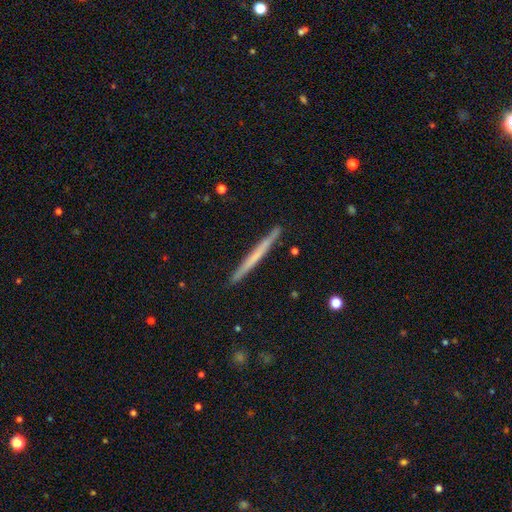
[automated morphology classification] Overall: smooth (49%; featured or disk 46%). Merging: none (91%).